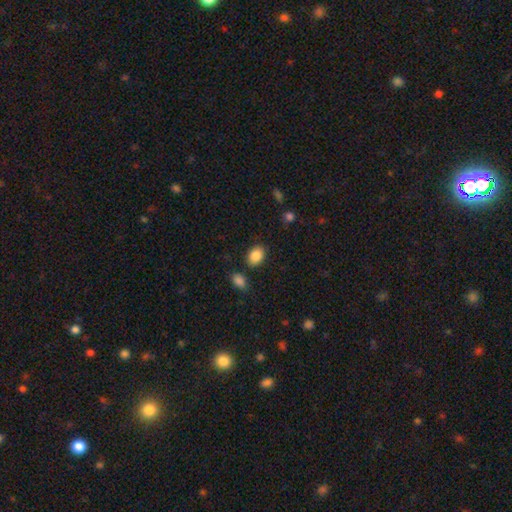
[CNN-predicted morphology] smooth_or_featured: smooth (p=0.87) [alt: star or artifact p=0.08]
how_rounded: in between (p=0.74) [alt: round p=0.25]
merging: none (p=0.82) [alt: minor disturbance p=0.11]